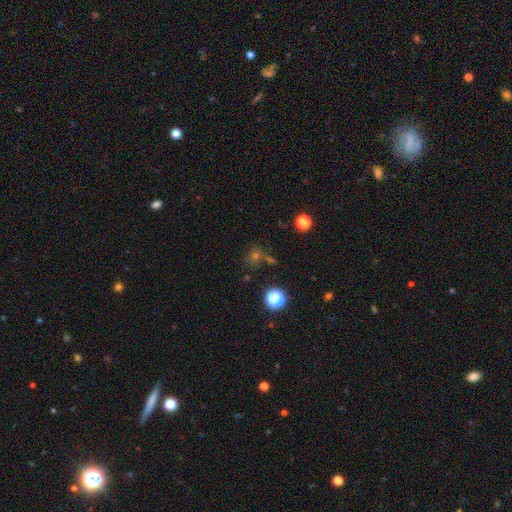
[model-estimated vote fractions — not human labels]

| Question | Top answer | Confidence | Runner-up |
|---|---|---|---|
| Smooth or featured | smooth | 45% | star or artifact (43%) |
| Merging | none | 66% | merger (15%) |